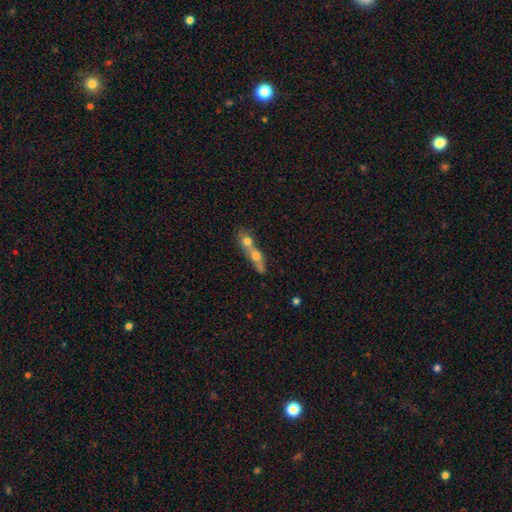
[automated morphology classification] Smooth or featured?
  - smooth: 53% *
  - featured or disk: 36%
  - star or artifact: 11%
How rounded?
  - cigar-shaped: 38% *
  - in between: 34%
  - round: 28%
Merging?
  - merger: 72% *
  - none: 18%
  - minor disturbance: 6%
  - major disturbance: 4%